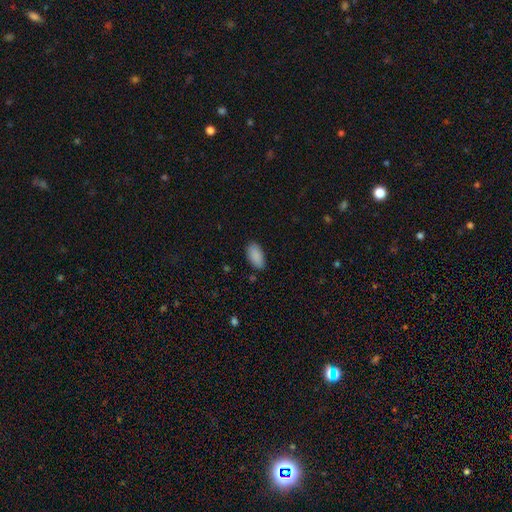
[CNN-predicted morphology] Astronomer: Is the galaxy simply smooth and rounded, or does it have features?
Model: smooth — 90%.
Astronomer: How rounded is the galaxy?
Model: in between — 94%.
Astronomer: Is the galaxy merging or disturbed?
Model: none — 83%.